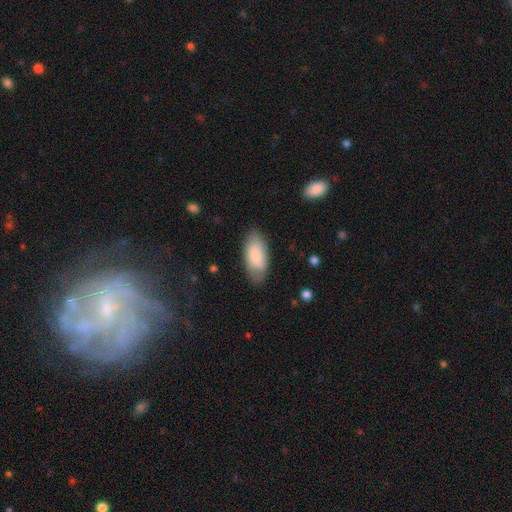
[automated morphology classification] A smooth galaxy with no disk features (83%) that is in between round and cigar-shaped (91%). Merging: none (76%).